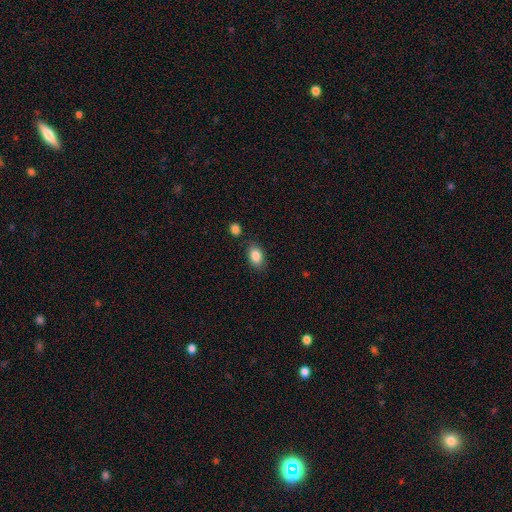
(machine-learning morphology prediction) Overall: smooth (86%). How rounded: in between (87%). Merging: none (79%).